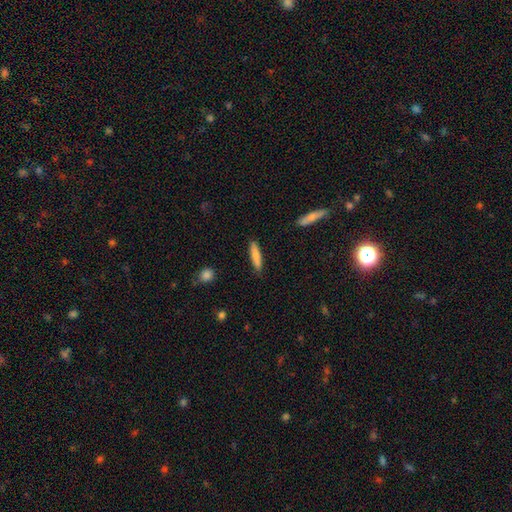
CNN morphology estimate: This appears to be a smooth galaxy with no disk features (80%) that is cigar-shaped (85%). Merging: none (88%).